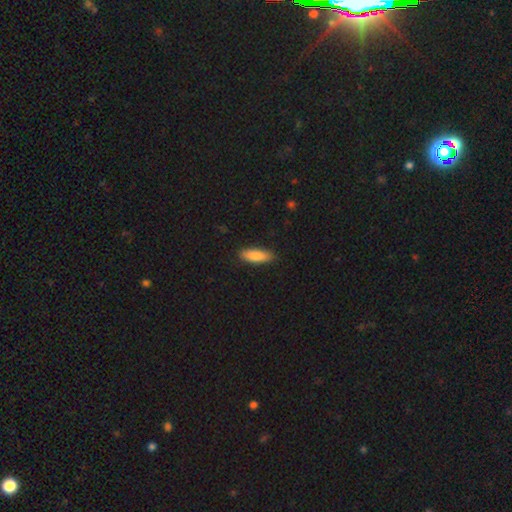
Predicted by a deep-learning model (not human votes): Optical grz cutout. It shows a smooth galaxy with no disk features (86%) that is in between round and cigar-shaped (53%). Merging: none (87%).